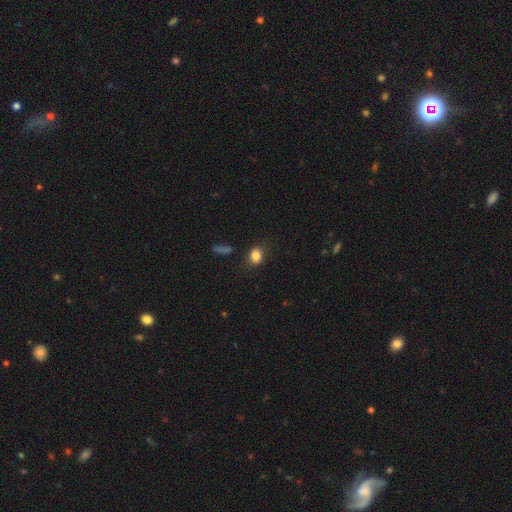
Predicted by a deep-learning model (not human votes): smooth 84%, star or artifact 11%, featured or disk 6%. Down the decision tree: how rounded — in between (57%); merging — none (77%).